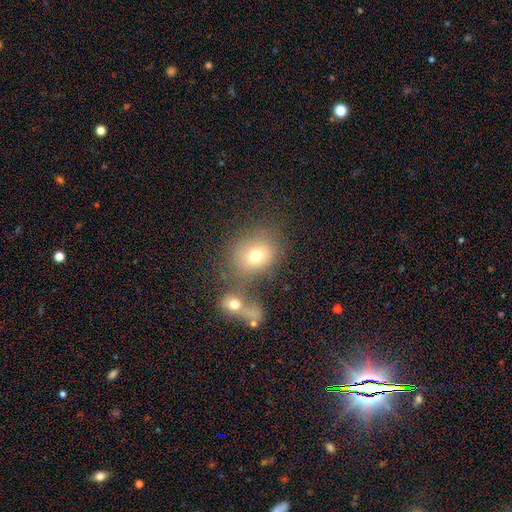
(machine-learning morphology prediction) smooth_or_featured: smooth (p=0.72) [alt: featured or disk p=0.14]
how_rounded: round (p=0.60) [alt: in between p=0.38]
merging: none (p=0.50) [alt: merger p=0.30]